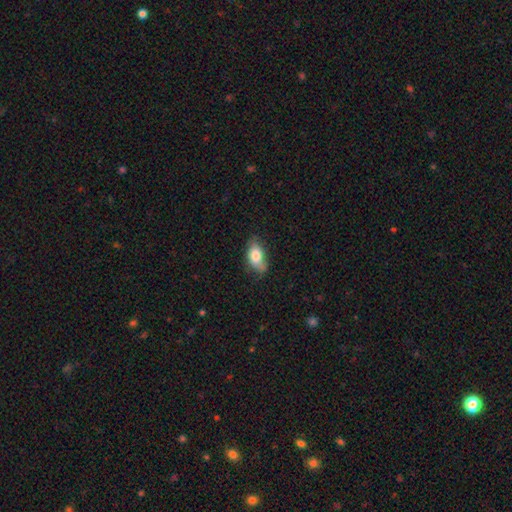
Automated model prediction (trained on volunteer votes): Q: Smooth or featured?
A: smooth (78%); runner-up: featured or disk (15%)
Q: How rounded?
A: in between (90%); runner-up: round (5%)
Q: Merging?
A: none (61%); runner-up: minor disturbance (30%)